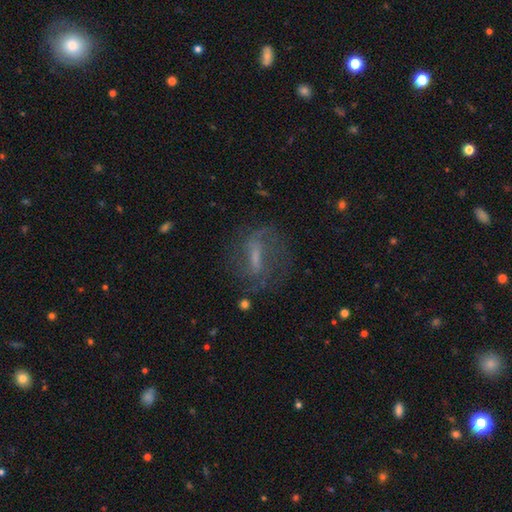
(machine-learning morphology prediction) Smooth or featured?
  - featured or disk: 64% *
  - smooth: 24%
  - star or artifact: 13%
Edge-on disk?
  - no: 84% *
  - yes: 16%
Bar?
  - strong: 45% *
  - weak: 38%
  - no: 17%
Spiral arms?
  - yes: 72% *
  - no: 28%
Bulge size?
  - small: 33% * (tied)
  - none: 33% * (tied)
  - moderate: 27%
  - large: 6%
  - dominant: 1%
Merging?
  - none: 64% *
  - minor disturbance: 18%
  - major disturbance: 16%
  - merger: 2%